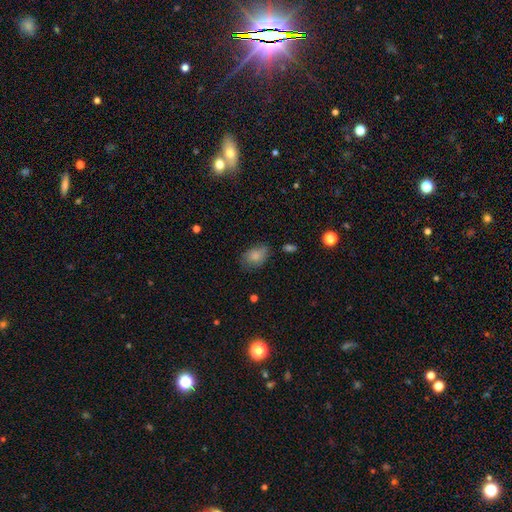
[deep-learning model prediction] This appears to be a smooth galaxy with no disk features (78%) that is in between round and cigar-shaped (80%). Merging: none (60%).